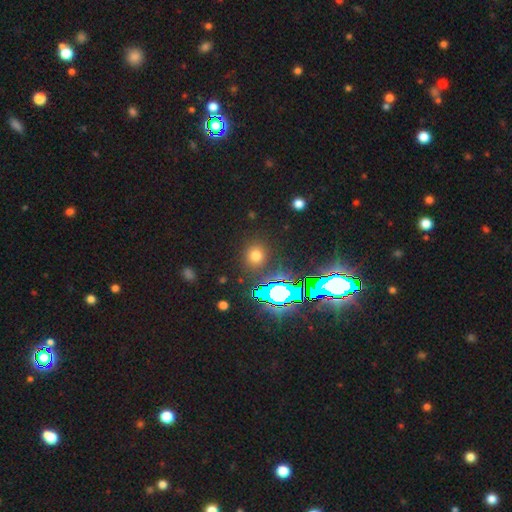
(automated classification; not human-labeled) The model was most divided on "smooth or featured": smooth: 65%, star or artifact: 28%, featured or disk: 7%. More confident: merging — none (89%); how rounded — round (86%).